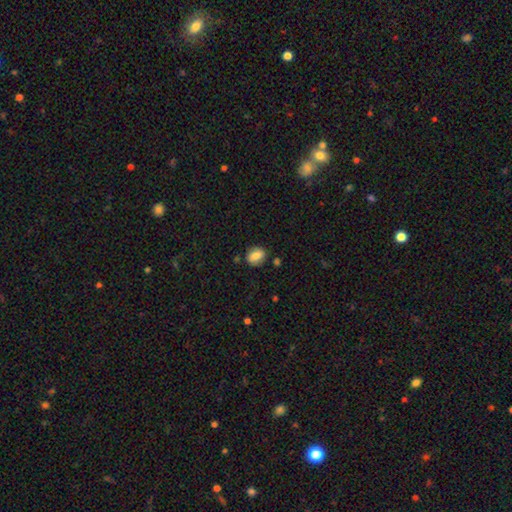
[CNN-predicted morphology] type=smooth (76%); roundness=in between (52%); merging=none (78%).